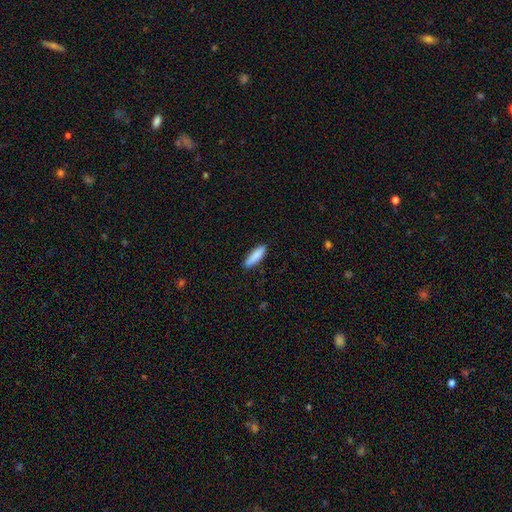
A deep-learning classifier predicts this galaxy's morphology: type=smooth (88%); roundness=cigar-shaped (57%); merging=none (87%).